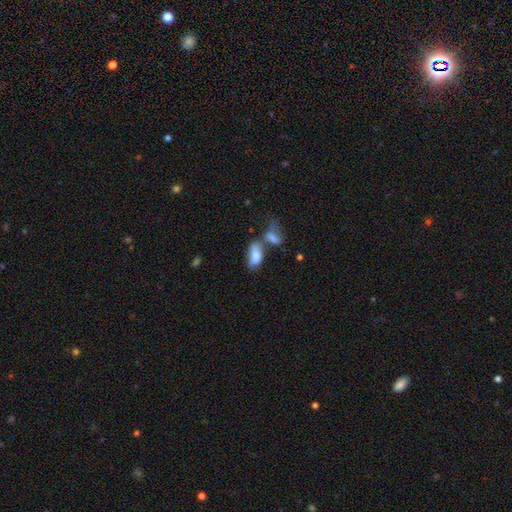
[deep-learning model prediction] smooth-or-featured: smooth: 75% | featured or disk: 17% | star or artifact: 9%
  how-rounded: in between: 88% | cigar-shaped: 8% | round: 4%
  merging: merger: 47% | none: 27% | minor disturbance: 15% | major disturbance: 11%